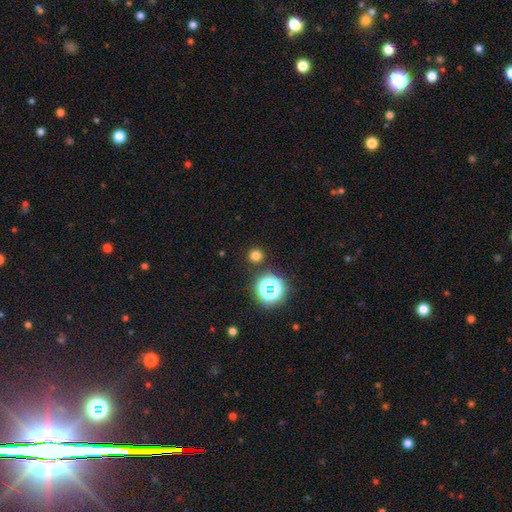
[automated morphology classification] This is likely a smooth galaxy (72%). How rounded: clearly round (92%). Merging: clearly none (89%).